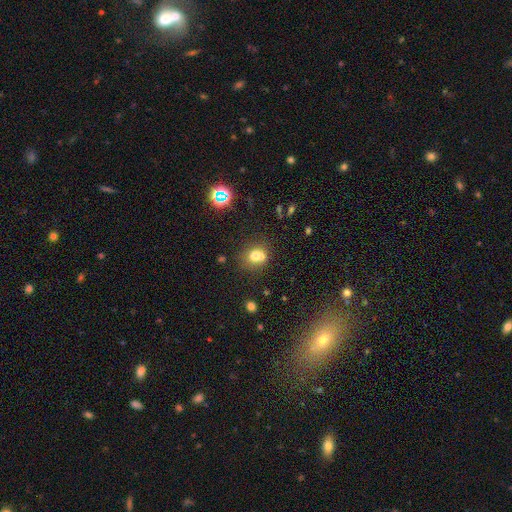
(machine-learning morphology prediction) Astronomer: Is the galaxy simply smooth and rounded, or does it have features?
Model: smooth — 69%.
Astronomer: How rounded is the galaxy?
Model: round — 66%.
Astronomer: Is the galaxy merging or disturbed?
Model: none — 48% (runner-up: merger, 32%).